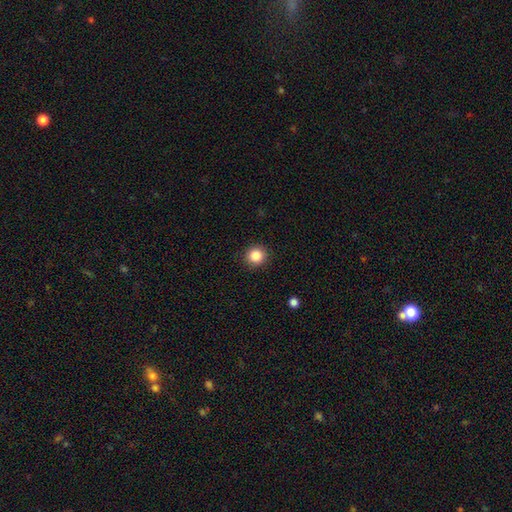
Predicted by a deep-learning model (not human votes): Smooth or featured?
  - smooth: 86% *
  - star or artifact: 10%
  - featured or disk: 4%
How rounded?
  - round: 91% *
  - in between: 8%
  - cigar-shaped: 1%
Merging?
  - none: 91% *
  - minor disturbance: 6%
  - major disturbance: 2%
  - merger: 1%